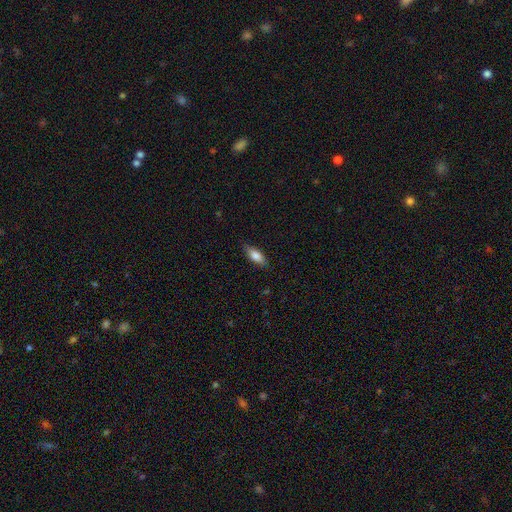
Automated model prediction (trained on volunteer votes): Smooth or featured: smooth — 77% (featured or disk — 16%)
How rounded: in between — 74% (cigar-shaped — 24%)
Merging: none — 83% (minor disturbance — 13%)